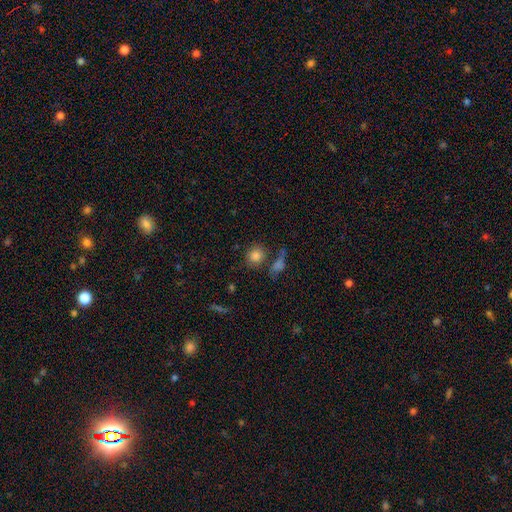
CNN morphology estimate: Smooth or featured? Predicted: smooth (p=0.83). How rounded? Predicted: round (p=0.79). Merging? Predicted: none (p=0.66).